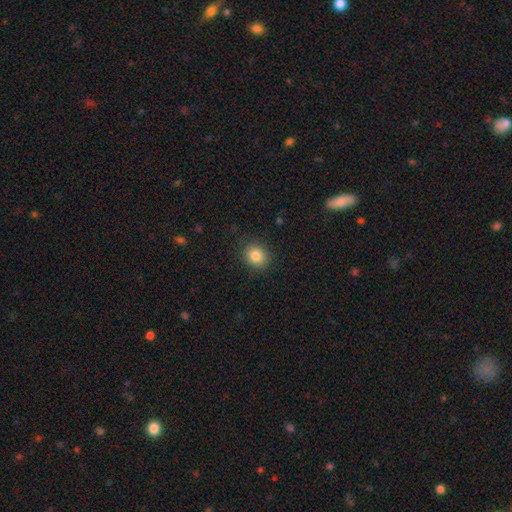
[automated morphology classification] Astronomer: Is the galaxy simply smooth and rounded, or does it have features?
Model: smooth — 84%.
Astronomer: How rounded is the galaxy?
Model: round — 74%.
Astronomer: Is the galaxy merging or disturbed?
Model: none — 87%.